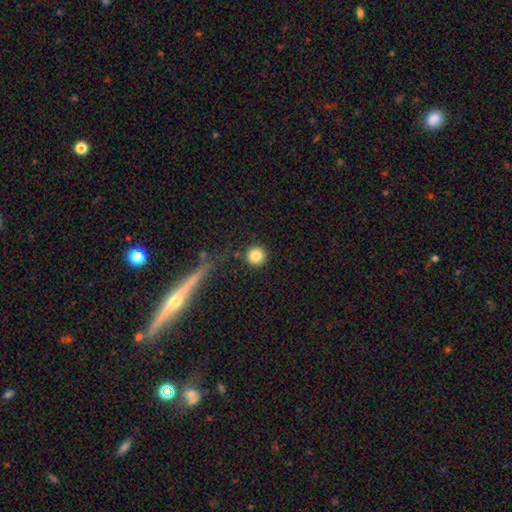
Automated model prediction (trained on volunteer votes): This appears to be a smooth galaxy with no disk features (85%) that is round (95%). Merging: none (85%).